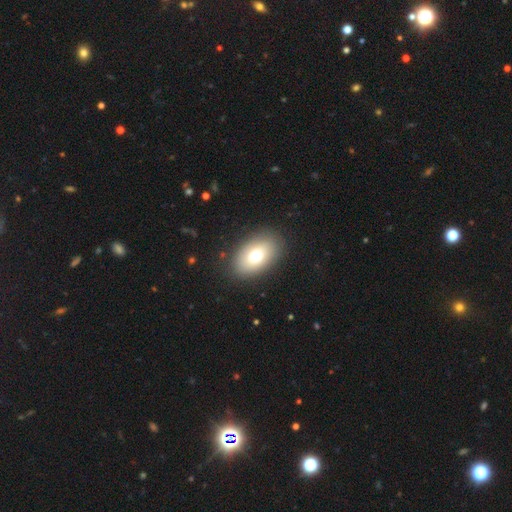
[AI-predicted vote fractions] Smooth or featured? Predicted: smooth (p=0.71). How rounded? Predicted: in between (p=0.86). Merging? Predicted: none (p=0.86).